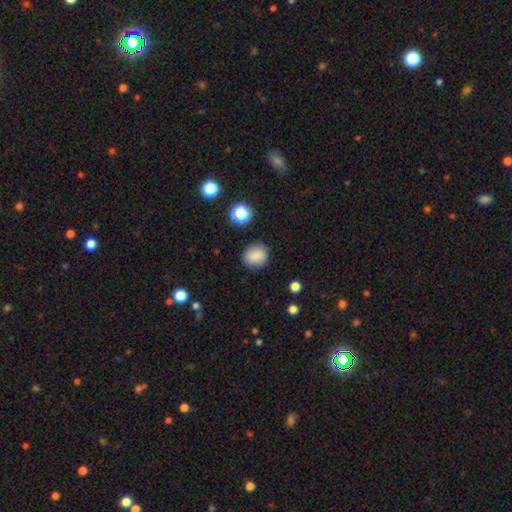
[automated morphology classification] Smooth or featured?
  - smooth: 85% *
  - star or artifact: 10%
  - featured or disk: 4%
How rounded?
  - round: 77% *
  - in between: 22%
  - cigar-shaped: 1%
Merging?
  - none: 86% *
  - minor disturbance: 10%
  - major disturbance: 3%
  - merger: 2%